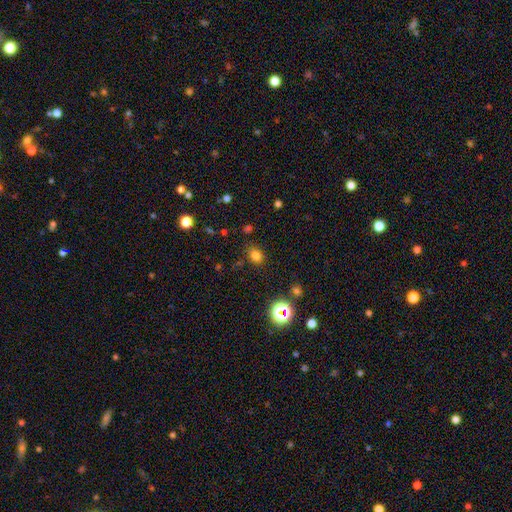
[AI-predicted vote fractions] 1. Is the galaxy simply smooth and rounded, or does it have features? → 75% smooth, 19% star or artifact, 6% featured or disk.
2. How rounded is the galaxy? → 51% round, 48% in between, 1% cigar-shaped.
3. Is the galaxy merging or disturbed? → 83% none, 12% minor disturbance, 4% major disturbance, 2% merger.